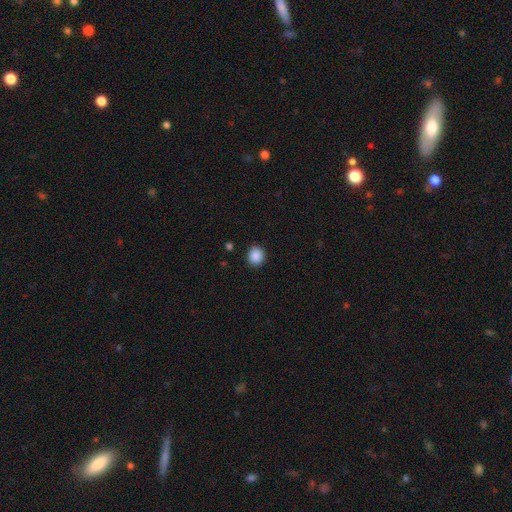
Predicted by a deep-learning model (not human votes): smooth_or_featured: smooth (p=0.89) [alt: star or artifact p=0.09]
how_rounded: round (p=0.81) [alt: in between p=0.18]
merging: none (p=0.90) [alt: minor disturbance p=0.06]